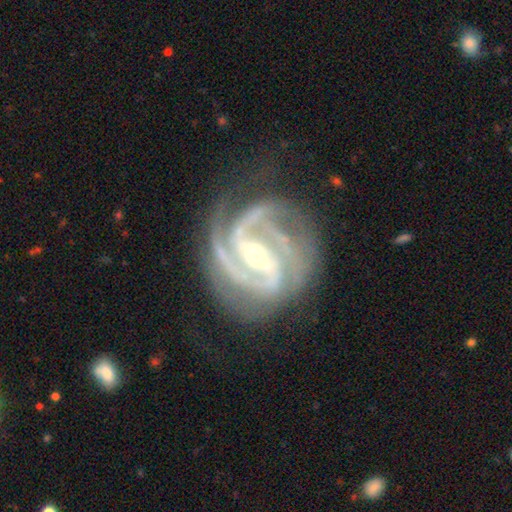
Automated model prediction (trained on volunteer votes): Overall: featured or disk (93%). Edge-on disk: no (98%). Bar: strong (55%; weak 32%). Spiral arms: yes (99%). Spiral arm count: 3 (51%; 2 22%). Spiral winding: tight (54%; medium 41%). Bulge size: small (63%; moderate 34%). Merging: none (71%).